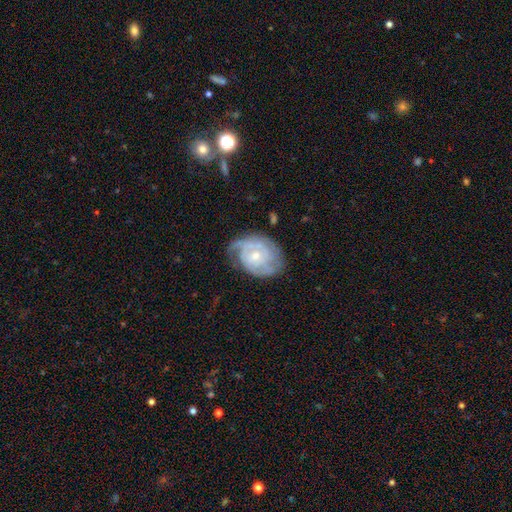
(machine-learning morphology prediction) The model was most divided on "spiral arm count": can't tell: 41%, 2: 29%, 3: 12%, 1: 10%, 4: 5%, more than 4: 4%. More confident: edge-on disk — no (97%); spiral arms — yes (87%); smooth or featured — featured or disk (77%); bar — no (74%); spiral winding — tight (59%); bulge size — small (59%); merging — none (57%).